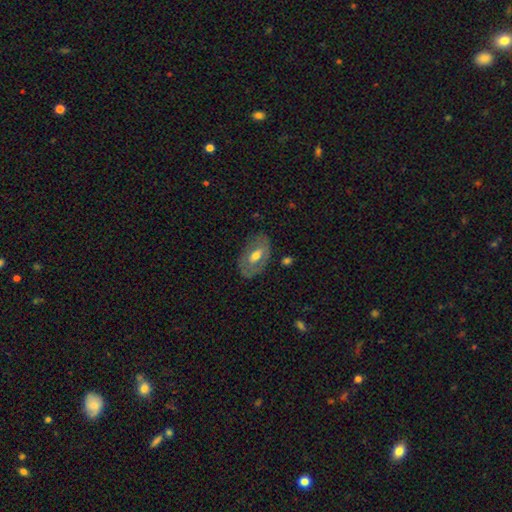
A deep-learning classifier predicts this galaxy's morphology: A featured or disk galaxy (51%).

Vote fractions:
- Smooth or featured? featured or disk: 51% / smooth: 43% / star or artifact: 6%
- Edge-on disk? no: 90% / yes: 10%
- Merging? none: 72% / minor disturbance: 19% / major disturbance: 7% / merger: 2%